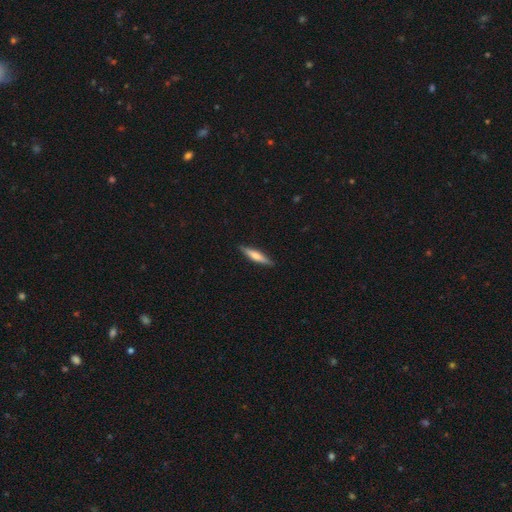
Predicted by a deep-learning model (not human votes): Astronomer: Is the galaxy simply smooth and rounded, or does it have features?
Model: smooth — 52% (runner-up: featured or disk, 42%).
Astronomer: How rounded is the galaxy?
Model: cigar-shaped — 86%.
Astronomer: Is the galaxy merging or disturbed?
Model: none — 89%.